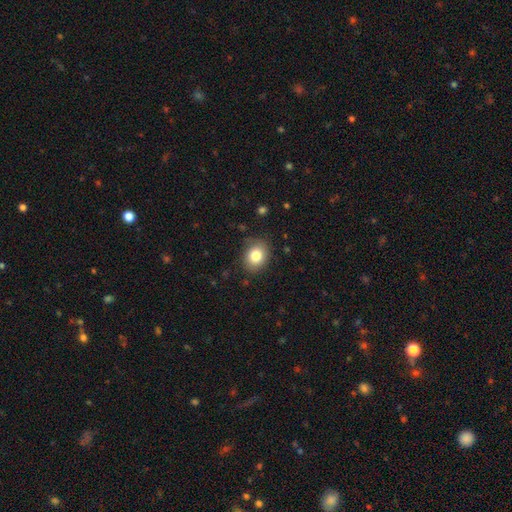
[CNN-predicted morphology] Smooth or featured: smooth — 82% (star or artifact — 9%)
How rounded: round — 50% (in between — 49%)
Merging: none — 84% (minor disturbance — 12%)